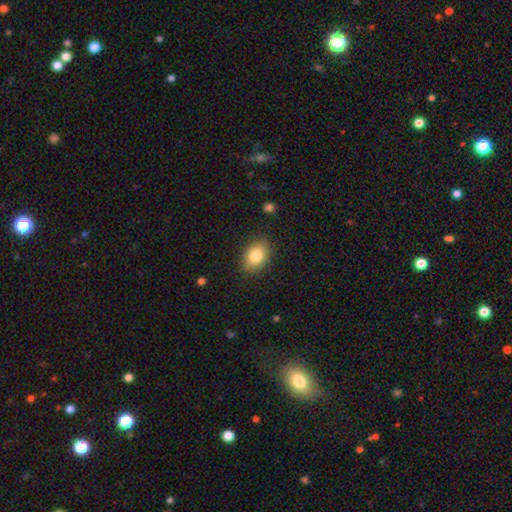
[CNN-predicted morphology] Smooth or featured? smooth (83%)
How rounded? in between (80%)
Merging? none (85%)